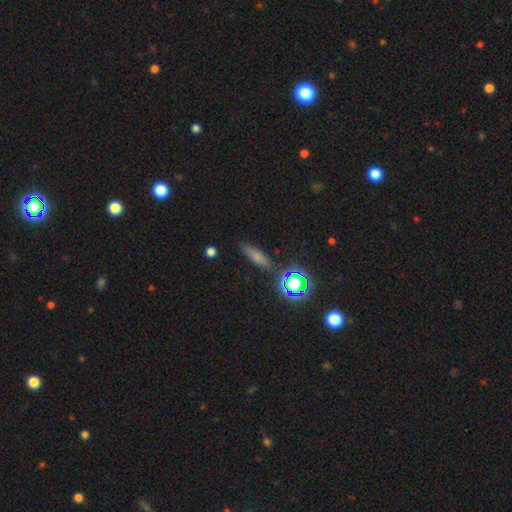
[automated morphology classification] This appears to be a smooth galaxy with no disk features (61%) that is cigar-shaped (60%). Merging: none (83%).